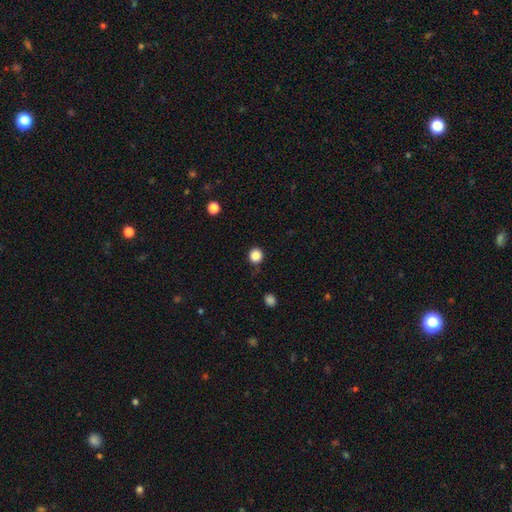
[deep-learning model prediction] smooth 86%, star or artifact 11%, featured or disk 3%. Down the decision tree: how rounded — round (91%); merging — none (86%).